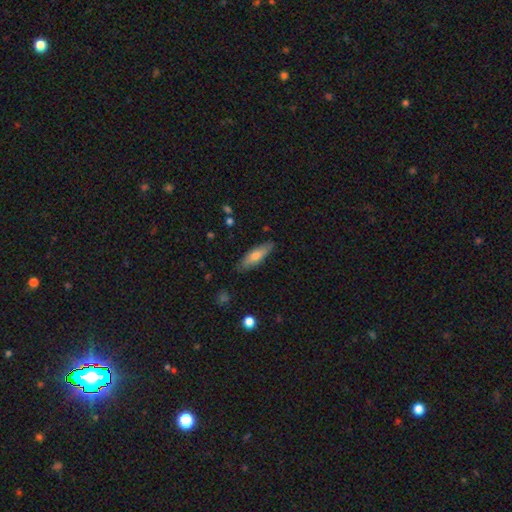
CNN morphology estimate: smooth_or_featured: smooth (p=0.68) [alt: featured or disk p=0.26]
how_rounded: cigar-shaped (p=0.55) [alt: in between p=0.43]
merging: none (p=0.82) [alt: minor disturbance p=0.14]